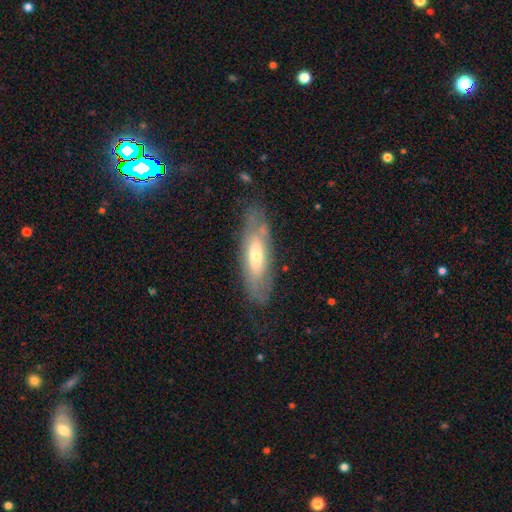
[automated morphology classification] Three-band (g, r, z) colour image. It shows a featured or disk galaxy (51%). Merging: none (72%).